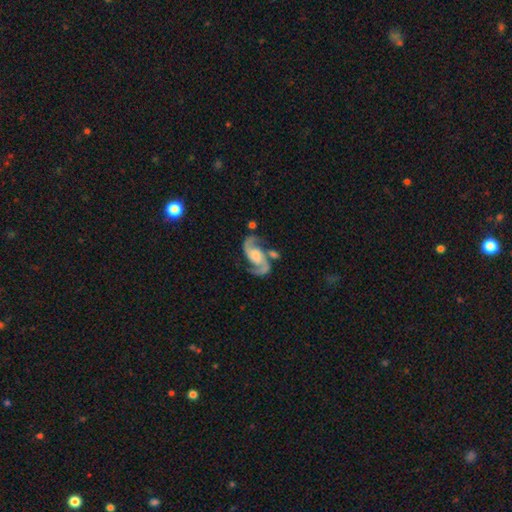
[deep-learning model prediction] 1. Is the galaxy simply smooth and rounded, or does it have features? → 92% featured or disk, 4% star or artifact, 4% smooth.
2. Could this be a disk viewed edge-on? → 98% no, 2% yes.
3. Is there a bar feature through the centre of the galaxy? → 54% no, 33% weak, 13% strong.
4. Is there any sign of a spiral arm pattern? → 98% yes, 2% no.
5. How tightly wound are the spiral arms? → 53% medium, 34% loose, 13% tight.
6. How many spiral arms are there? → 94% 2, 1% 1, 1% can't tell, 1% 3, 1% 4, 1% more than 4.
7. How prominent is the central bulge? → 36% moderate, 24% small, 21% large, 16% none, 3% dominant.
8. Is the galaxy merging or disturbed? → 65% none, 16% minor disturbance, 11% merger, 8% major disturbance.